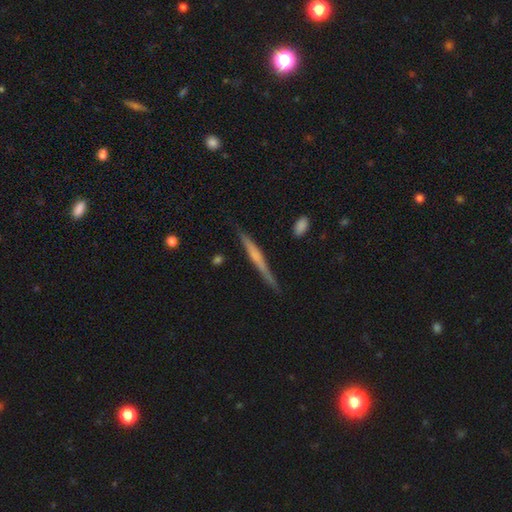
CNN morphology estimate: Q: Smooth or featured?
A: featured or disk (58%); runner-up: smooth (36%)
Q: Edge-on disk?
A: yes (97%); runner-up: no (3%)
Q: Edge-on bulge?
A: none (49%); runner-up: rounded (33%)
Q: Merging?
A: none (85%); runner-up: minor disturbance (11%)